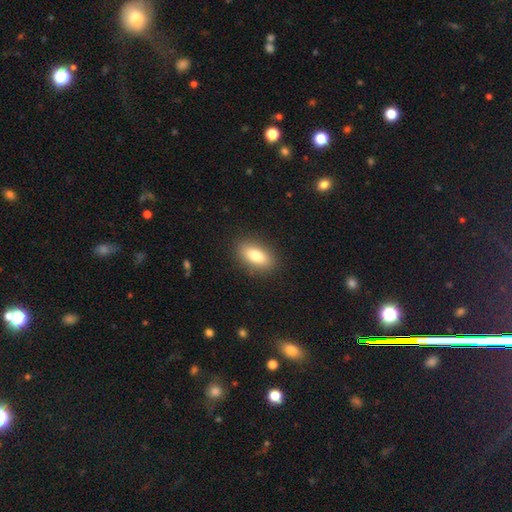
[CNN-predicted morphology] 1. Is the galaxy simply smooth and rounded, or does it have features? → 81% smooth, 12% featured or disk, 7% star or artifact.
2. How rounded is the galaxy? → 87% in between, 8% cigar-shaped, 5% round.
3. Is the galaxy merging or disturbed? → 88% none, 8% minor disturbance, 2% major disturbance, 1% merger.